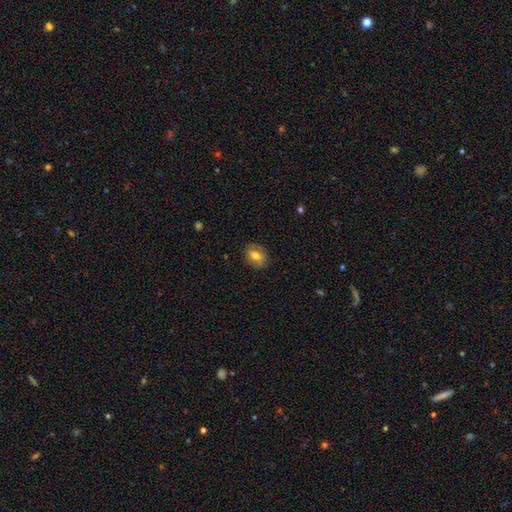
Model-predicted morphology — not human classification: smooth_or_featured: smooth (p=0.61) [alt: featured or disk p=0.31]
how_rounded: in between (p=0.52) [alt: round p=0.46]
merging: none (p=0.84) [alt: minor disturbance p=0.12]